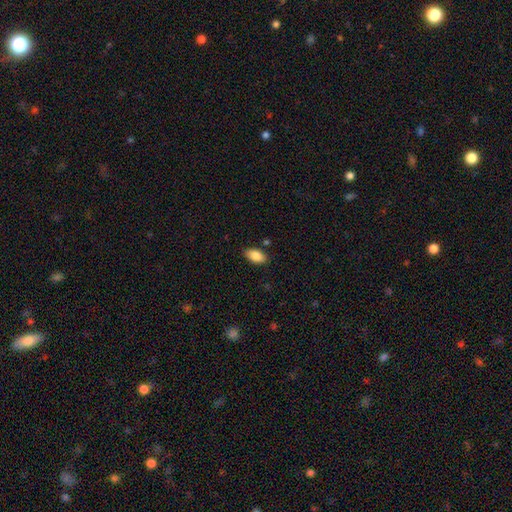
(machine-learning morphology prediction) The model was most divided on "merging": none: 85%, minor disturbance: 10%, major disturbance: 2%, merger: 2%. More confident: how rounded — in between (94%); smooth or featured — smooth (87%).